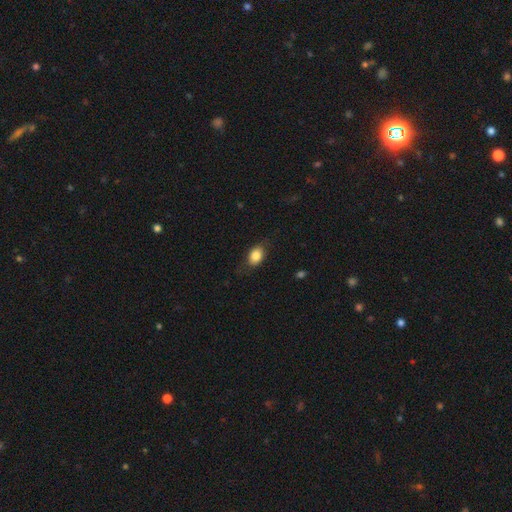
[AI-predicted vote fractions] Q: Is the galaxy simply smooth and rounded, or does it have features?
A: smooth — 83%.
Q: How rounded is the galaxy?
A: in between — 79%.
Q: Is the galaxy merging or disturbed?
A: none — 75%.